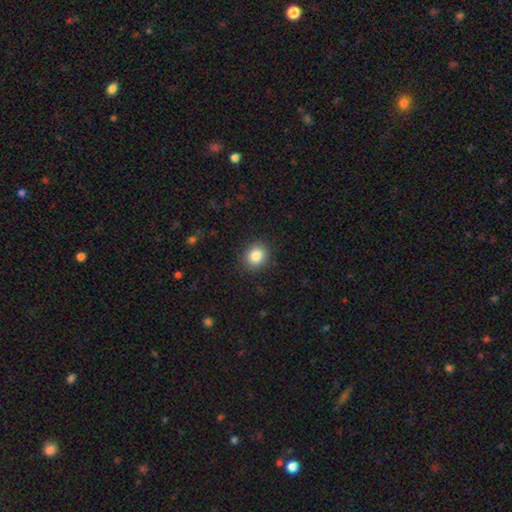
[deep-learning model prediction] Smooth or featured? smooth (86%)
How rounded? round (75%)
Merging? none (89%)